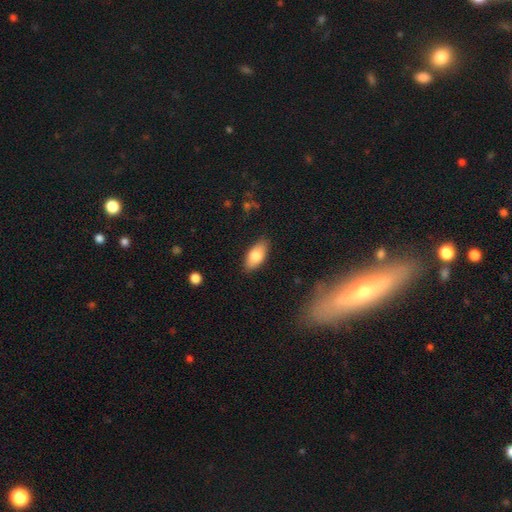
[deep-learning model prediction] A smooth galaxy with no disk features (78%) that is in between round and cigar-shaped (89%).

Vote fractions:
- Smooth or featured? smooth: 78% / featured or disk: 15% / star or artifact: 6%
- How rounded? in between: 89% / cigar-shaped: 8% / round: 3%
- Merging? none: 86% / minor disturbance: 10% / major disturbance: 2% / merger: 1%